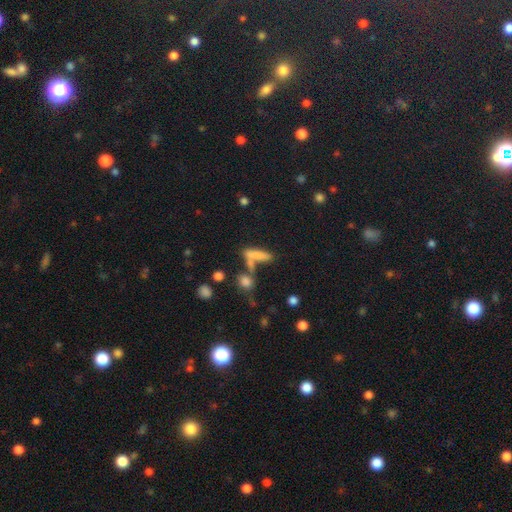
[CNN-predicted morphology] Smooth or featured? smooth (74%)
How rounded? cigar-shaped (65%)
Merging? none (47%)